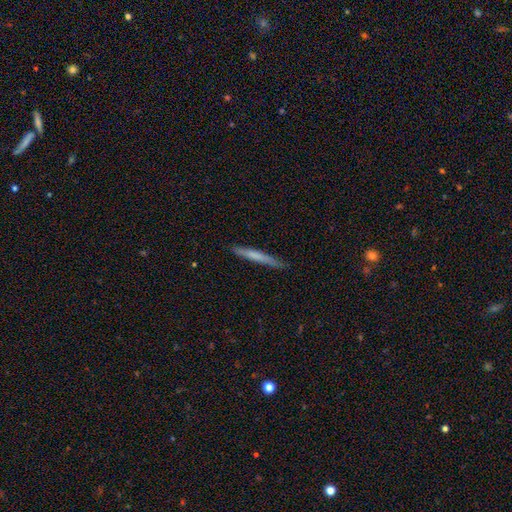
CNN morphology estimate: This appears to be a smooth galaxy with no disk features (60%) that is cigar-shaped (96%). Merging: none (85%).